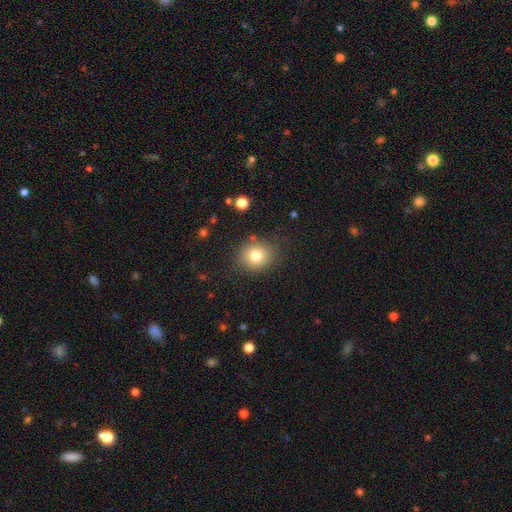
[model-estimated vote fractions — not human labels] smooth-or-featured: smooth: 78% | star or artifact: 12% | featured or disk: 10%
  how-rounded: round: 77% | in between: 22% | cigar-shaped: 1%
  merging: none: 85% | minor disturbance: 9% | major disturbance: 3% | merger: 2%